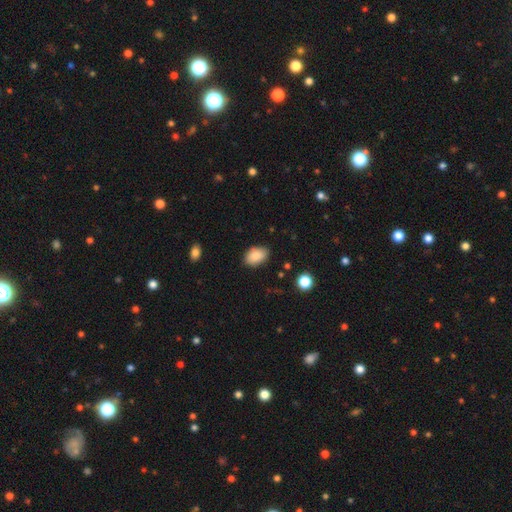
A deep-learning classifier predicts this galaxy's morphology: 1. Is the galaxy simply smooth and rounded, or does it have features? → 88% smooth, 8% star or artifact, 5% featured or disk.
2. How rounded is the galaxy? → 87% in between, 12% round, 1% cigar-shaped.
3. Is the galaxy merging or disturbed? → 83% none, 13% minor disturbance, 3% major disturbance, 1% merger.